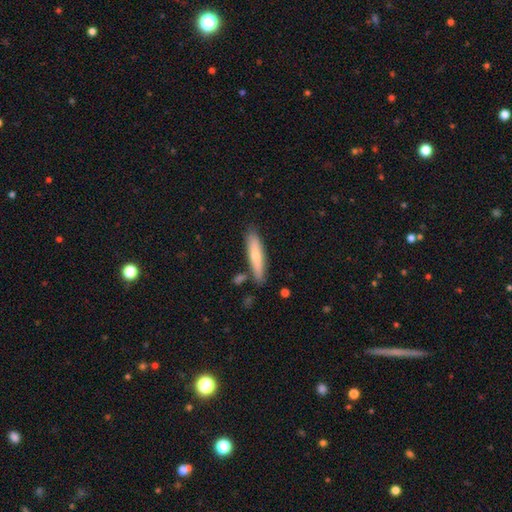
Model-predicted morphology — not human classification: This is likely a smooth galaxy (69%). How rounded: clearly cigar-shaped (85%). Merging: likely none (79%).